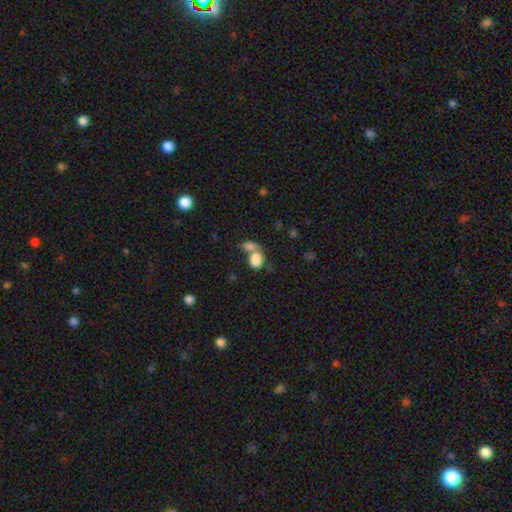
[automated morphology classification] smooth 83%, star or artifact 9%, featured or disk 8%. Down the decision tree: how rounded — in between (70%); merging — merger (59%).